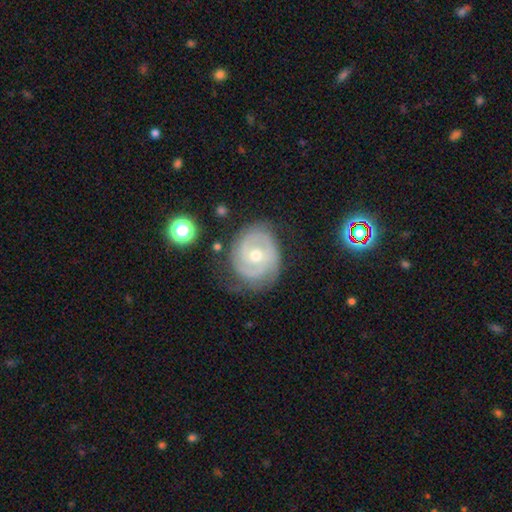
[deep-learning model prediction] Morphology: type=featured or disk (82%); edge-on=no (97%); bar=no (65%); spiral arms=yes (92%); winding=tight (64%); arm count=2 (47%); bulge=moderate (69%); merging=none (69%).